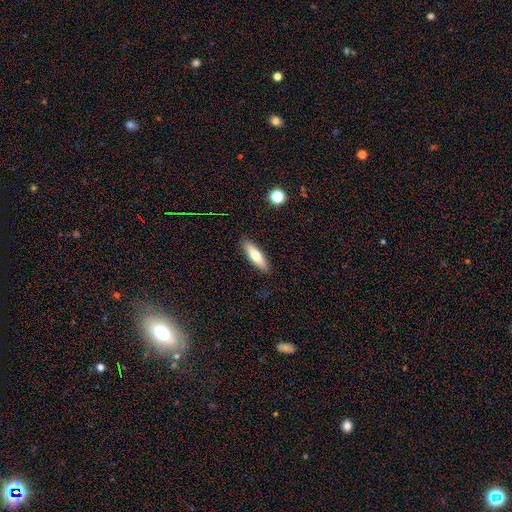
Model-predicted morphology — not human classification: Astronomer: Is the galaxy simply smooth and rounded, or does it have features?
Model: smooth — 66%.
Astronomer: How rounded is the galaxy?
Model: cigar-shaped — 51% (runner-up: in between, 47%).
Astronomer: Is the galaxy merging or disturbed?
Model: none — 89%.